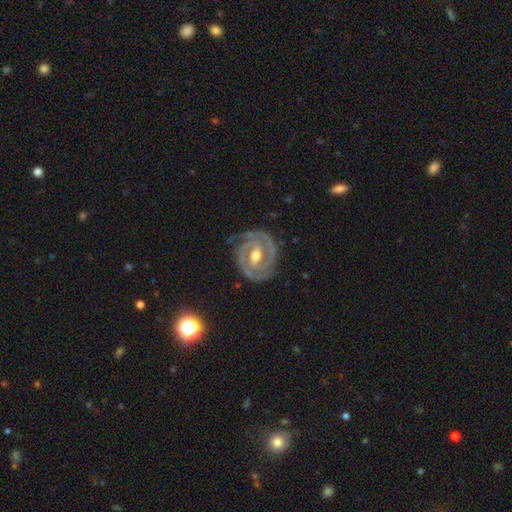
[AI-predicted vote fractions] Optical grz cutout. It shows a featured or disk galaxy (92%) with a weak bar (41%), 2 (82%) tight (74%) spiral arms (98%) and a moderate central bulge (74%). Merging: none (79%).